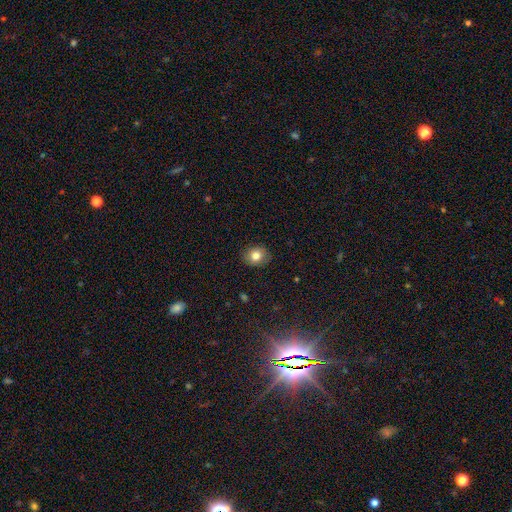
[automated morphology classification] smooth 81%, star or artifact 10%, featured or disk 9%. Down the decision tree: how rounded — round (64%); merging — none (88%).